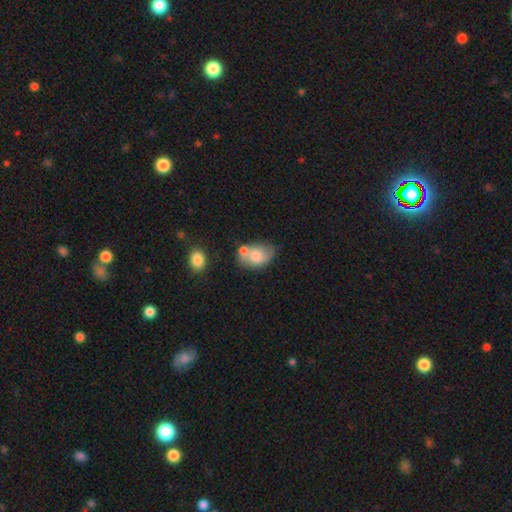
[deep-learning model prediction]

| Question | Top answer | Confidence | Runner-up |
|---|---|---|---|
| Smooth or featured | smooth | 66% | featured or disk (26%) |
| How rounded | in between | 81% | round (18%) |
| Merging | none | 37% | merger (33%) |